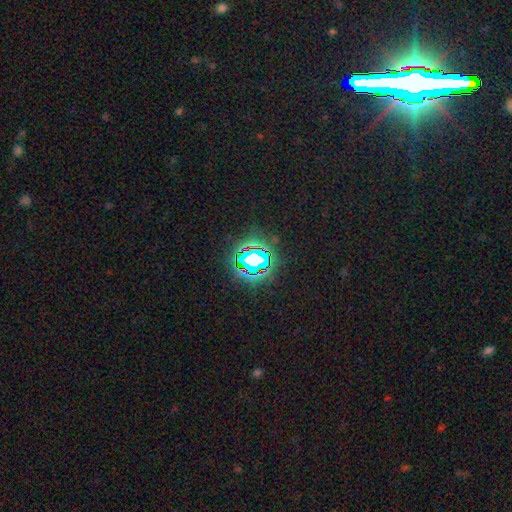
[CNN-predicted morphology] type=star or artifact (72%).